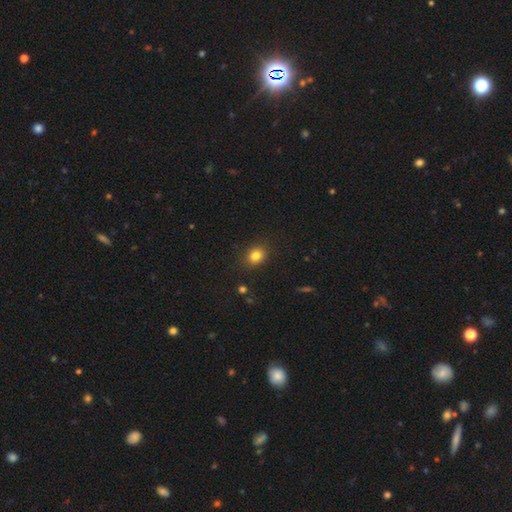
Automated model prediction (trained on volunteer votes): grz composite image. It shows a smooth galaxy with no disk features (82%) that is round (53%). Merging: none (87%).